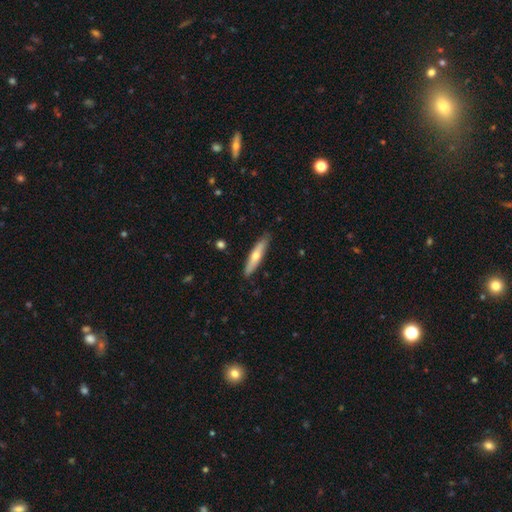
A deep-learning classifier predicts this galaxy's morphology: Smooth or featured? smooth (54%)
How rounded? cigar-shaped (83%)
Merging? none (87%)